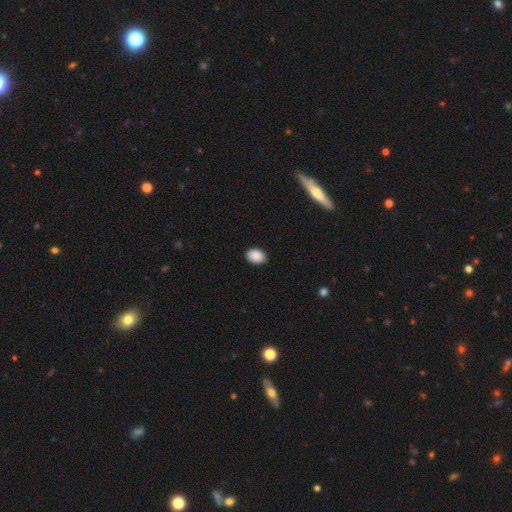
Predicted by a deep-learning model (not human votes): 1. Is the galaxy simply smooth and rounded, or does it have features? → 90% smooth, 7% star or artifact, 3% featured or disk.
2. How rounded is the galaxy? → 76% in between, 23% round, 1% cigar-shaped.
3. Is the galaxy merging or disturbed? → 87% none, 10% minor disturbance, 2% major disturbance, 1% merger.